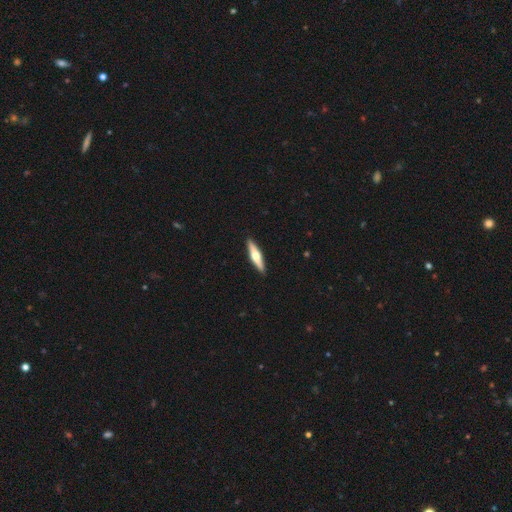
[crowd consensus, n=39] Smooth or featured? 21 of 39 (54%) said featured or disk. Edge-on disk? 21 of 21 (100%) said yes. Edge-on bulge? 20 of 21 (95%) said rounded. Merging? 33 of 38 (87%) said none.